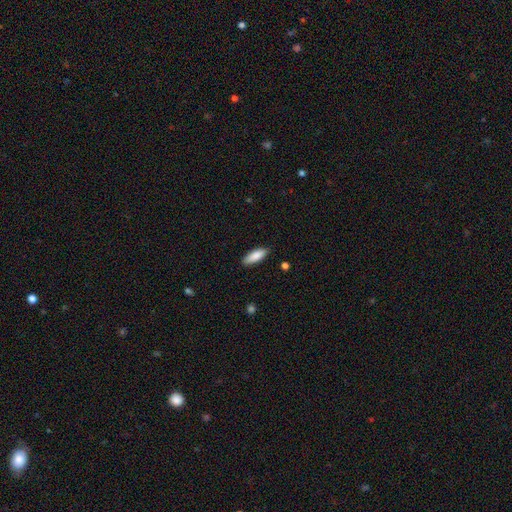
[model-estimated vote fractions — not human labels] This appears to be a smooth galaxy with no disk features (87%) that is in between round and cigar-shaped (65%). Merging: none (87%).